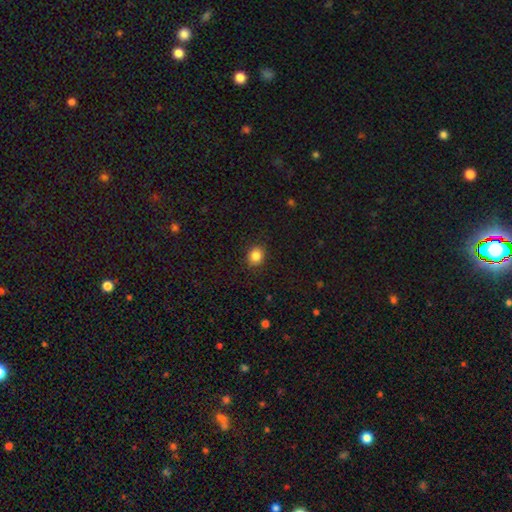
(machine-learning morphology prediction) smooth_or_featured: smooth (p=0.86) [alt: star or artifact p=0.10]
how_rounded: round (p=0.69) [alt: in between p=0.30]
merging: none (p=0.89) [alt: minor disturbance p=0.07]